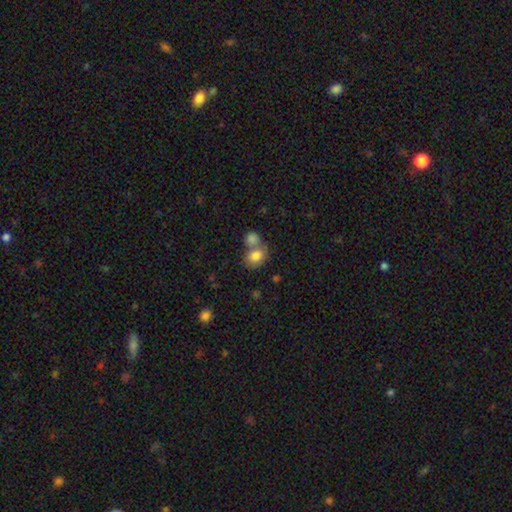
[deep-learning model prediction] This appears to be a smooth galaxy with no disk features (80%) that is in between round and cigar-shaped (53%). Merging: merger (48%).